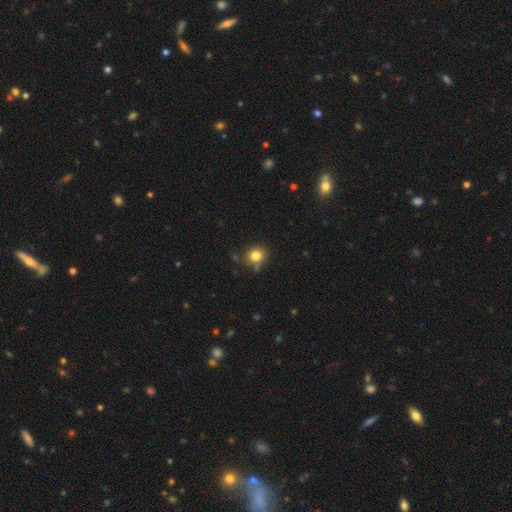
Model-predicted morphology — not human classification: Smooth or featured?
  - smooth: 81% *
  - star or artifact: 12%
  - featured or disk: 7%
How rounded?
  - round: 80% *
  - in between: 19%
  - cigar-shaped: 1%
Merging?
  - none: 74% *
  - minor disturbance: 16%
  - merger: 6%
  - major disturbance: 4%